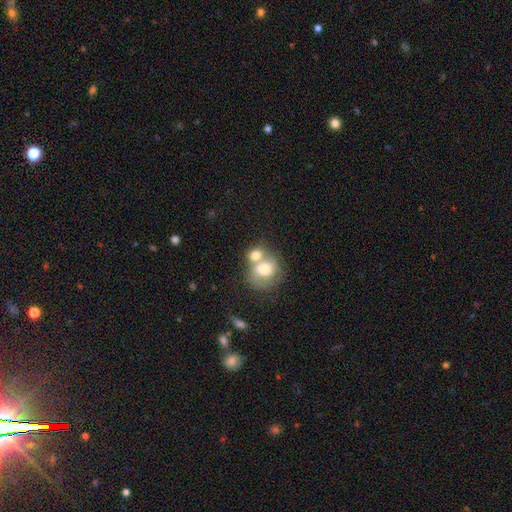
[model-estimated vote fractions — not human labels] Overall: smooth (68%). How rounded: round (65%; in between 34%). Merging: merger (63%; none 23%).